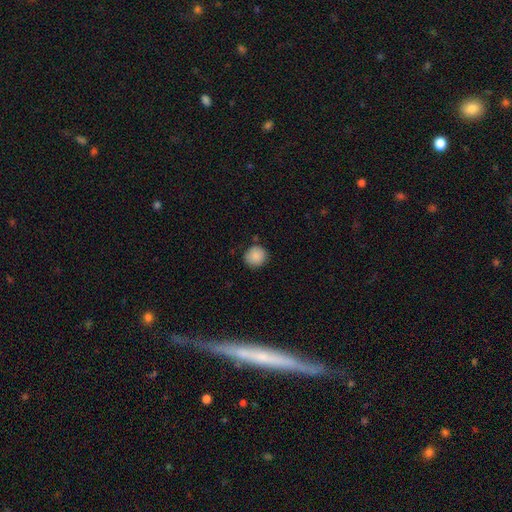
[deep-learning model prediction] Smooth or featured?
  - smooth: 88% *
  - star or artifact: 8%
  - featured or disk: 4%
How rounded?
  - round: 89% *
  - in between: 11%
  - cigar-shaped: 1%
Merging?
  - none: 84% *
  - minor disturbance: 11%
  - major disturbance: 2%
  - merger: 2%